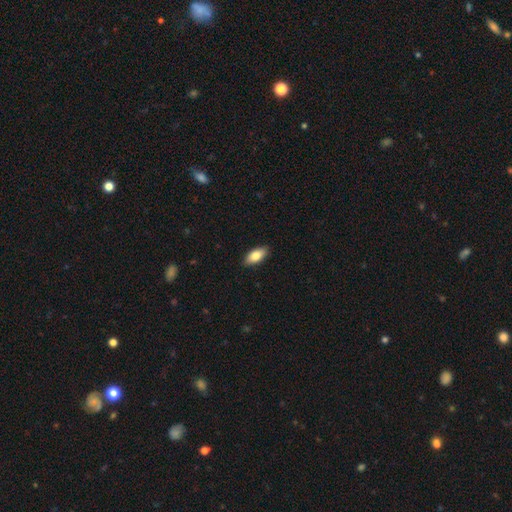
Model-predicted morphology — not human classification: type=smooth (81%); roundness=in between (89%); merging=none (89%).